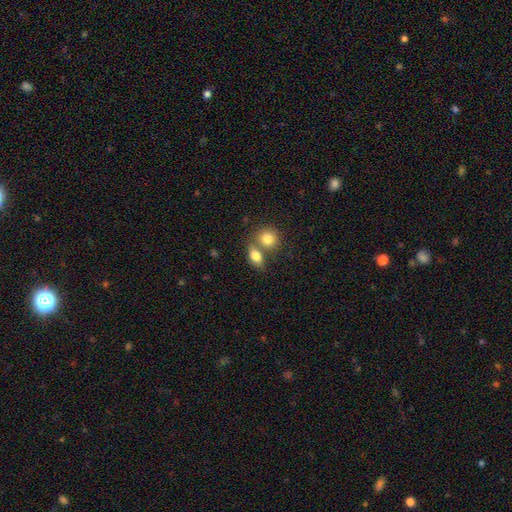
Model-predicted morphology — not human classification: This appears to be a smooth galaxy with no disk features (80%) that is in between round and cigar-shaped (70%). Merging: merger (45%).